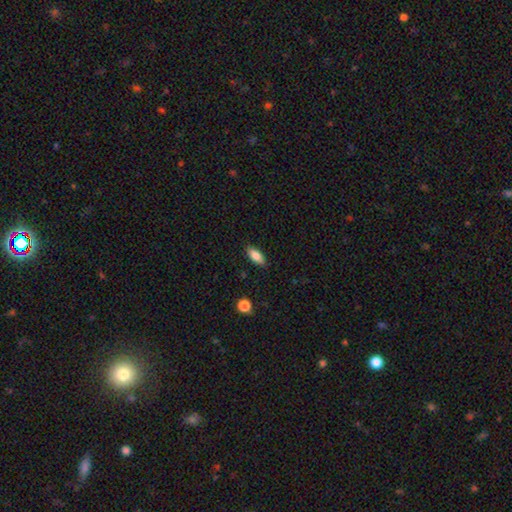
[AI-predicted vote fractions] smooth 82%, featured or disk 11%, star or artifact 7%. Down the decision tree: how rounded — in between (81%); merging — none (87%).